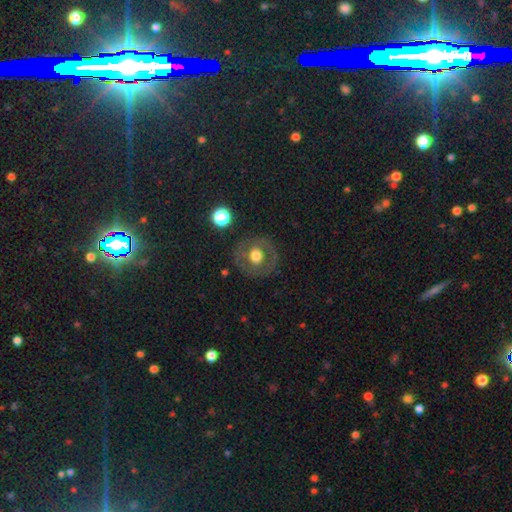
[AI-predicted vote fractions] Smooth or featured: smooth — 47% (featured or disk — 44%)
Merging: none — 81% (minor disturbance — 11%)